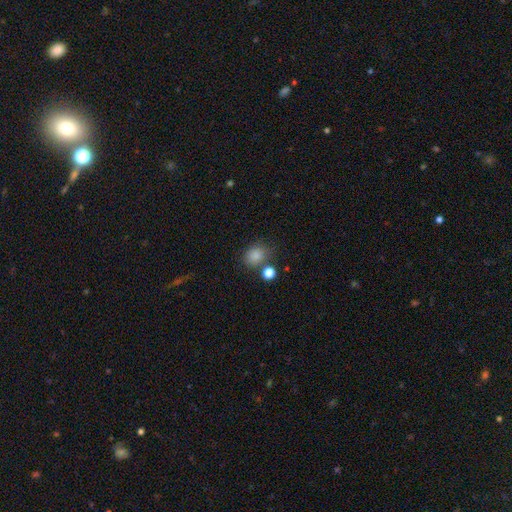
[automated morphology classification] A smooth galaxy with no disk features (83%) that is round (55%). Merging: none (71%).